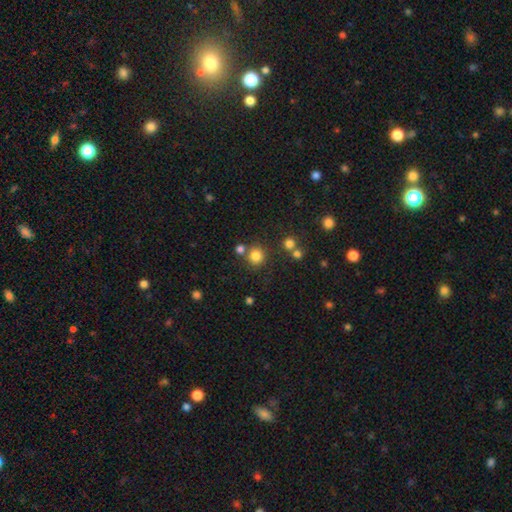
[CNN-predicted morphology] A smooth galaxy with no disk features (81%) that is round (92%).

Vote fractions:
- Smooth or featured? smooth: 81% / star or artifact: 14% / featured or disk: 5%
- How rounded? round: 92% / in between: 7% / cigar-shaped: 1%
- Merging? none: 75% / merger: 13% / minor disturbance: 8% / major disturbance: 3%